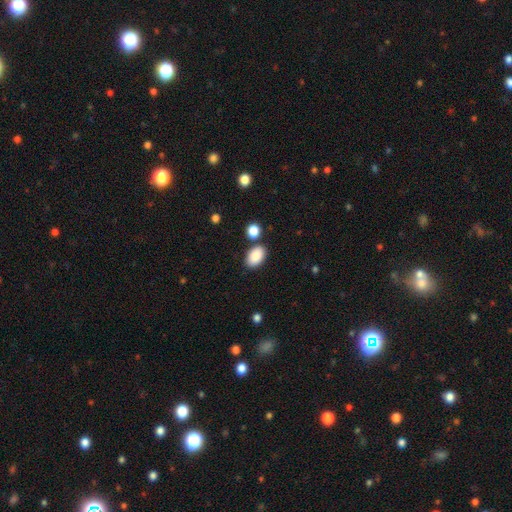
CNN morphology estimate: A smooth galaxy with no disk features (89%) that is in between round and cigar-shaped (92%). Merging: none (78%).